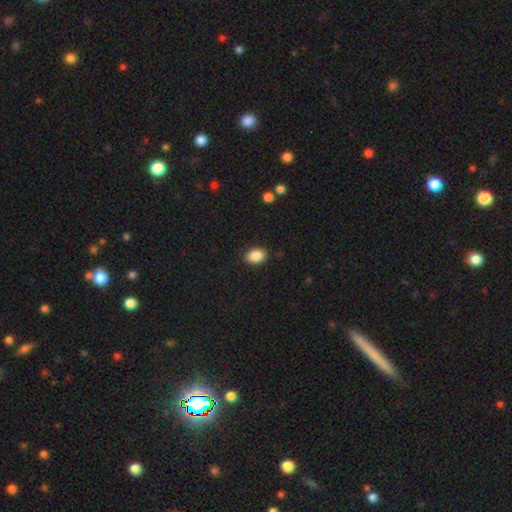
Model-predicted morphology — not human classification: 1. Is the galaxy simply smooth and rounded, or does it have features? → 88% smooth, 8% star or artifact, 4% featured or disk.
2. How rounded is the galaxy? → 75% in between, 24% round, 1% cigar-shaped.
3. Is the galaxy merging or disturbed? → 89% none, 8% minor disturbance, 2% major disturbance, 1% merger.